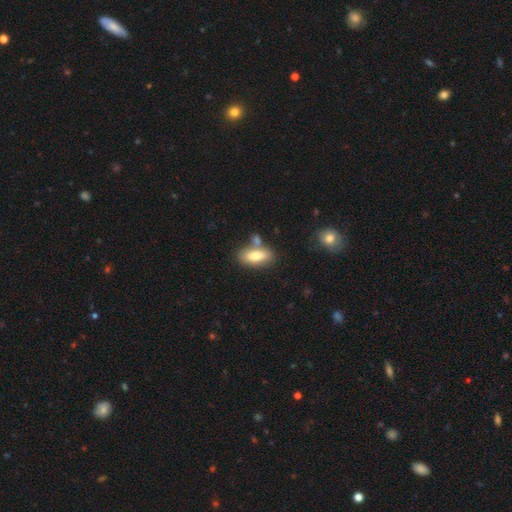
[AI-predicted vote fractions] Smooth or featured? smooth (76%)
How rounded? in between (82%)
Merging? none (63%)